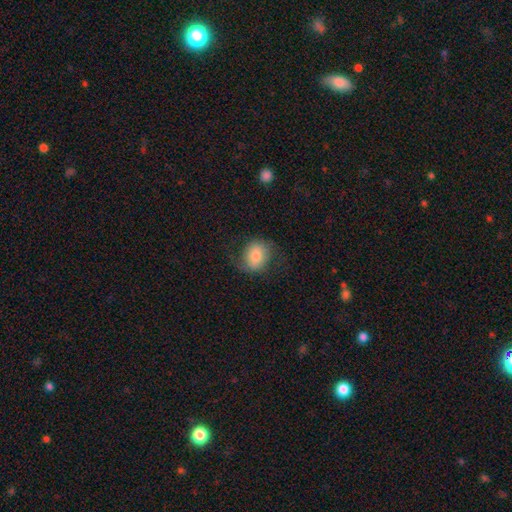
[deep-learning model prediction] Smooth or featured?
  - smooth: 69% *
  - featured or disk: 23%
  - star or artifact: 8%
How rounded?
  - round: 52% *
  - in between: 47%
  - cigar-shaped: 1%
Merging?
  - none: 67% *
  - minor disturbance: 20%
  - major disturbance: 12%
  - merger: 1%